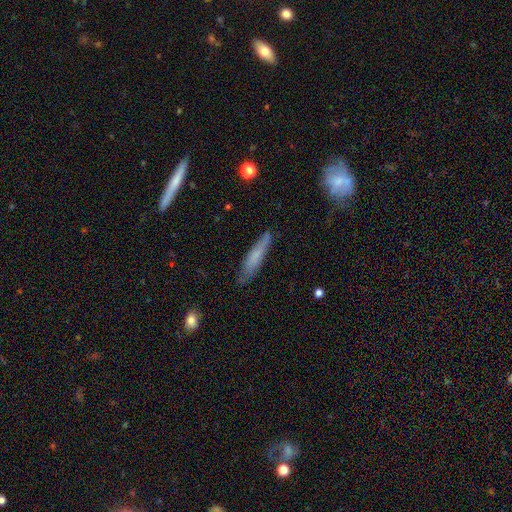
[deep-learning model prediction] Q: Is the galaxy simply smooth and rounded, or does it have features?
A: smooth — 63%.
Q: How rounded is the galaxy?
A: cigar-shaped — 84%.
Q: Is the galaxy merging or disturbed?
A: none — 76%.